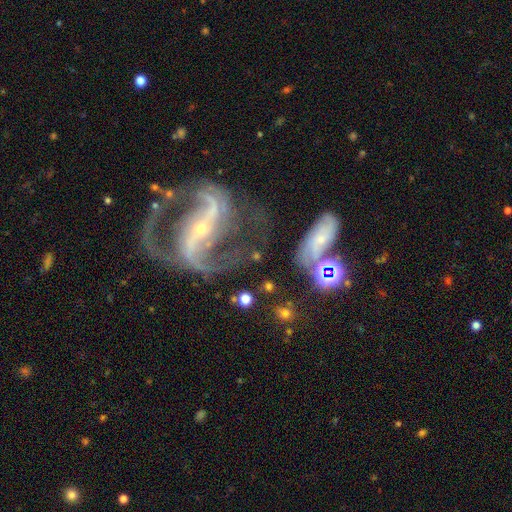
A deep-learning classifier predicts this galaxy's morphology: smooth_or_featured: featured or disk (p=0.82) [alt: star or artifact p=0.09]
disk_edge_on: no (p=0.95) [alt: yes p=0.05]
bar: strong (p=0.47) [alt: weak p=0.29]
has_spiral_arms: yes (p=0.94) [alt: no p=0.06]
spiral_winding: loose (p=0.53) [alt: medium p=0.35]
spiral_arm_count: 2 (p=0.85) [alt: can't tell p=0.04]
bulge_size: small (p=0.67) [alt: moderate p=0.27]
merging: none (p=0.47) [alt: major disturbance p=0.19]